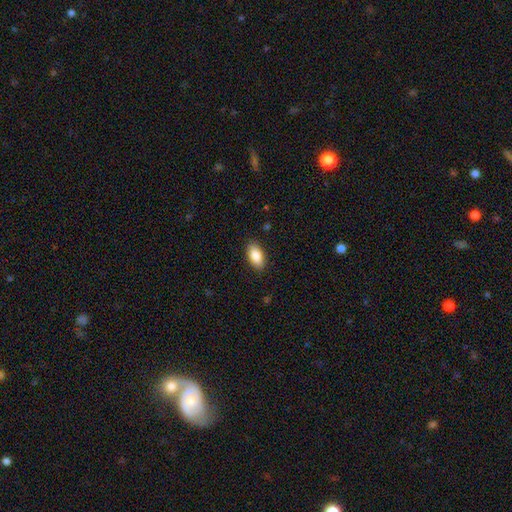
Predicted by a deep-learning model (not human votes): The model was most divided on "merging": none: 88%, minor disturbance: 9%, major disturbance: 2%, merger: 1%. More confident: how rounded — in between (92%); smooth or featured — smooth (87%).